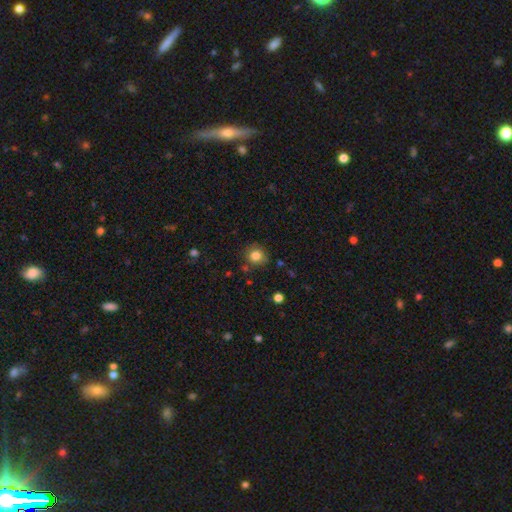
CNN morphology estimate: This appears to be a smooth galaxy with no disk features (83%) that is round (86%). Merging: none (79%).